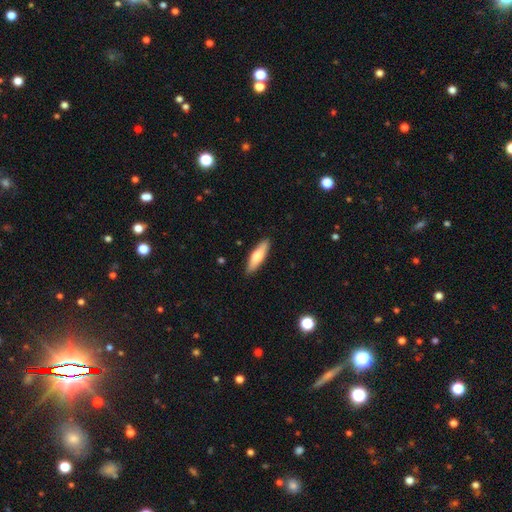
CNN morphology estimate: This appears to be a smooth galaxy with no disk features (66%) that is cigar-shaped (63%). Merging: none (89%).